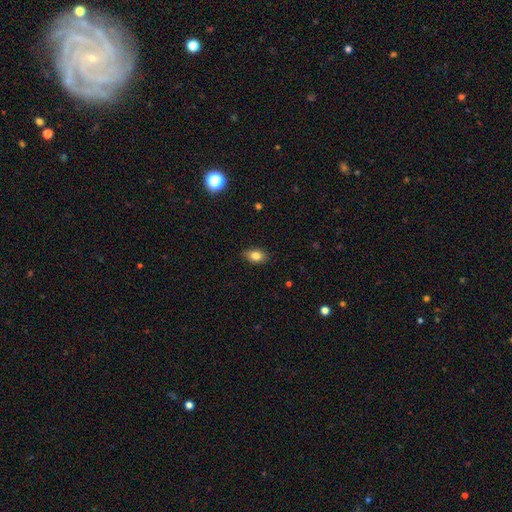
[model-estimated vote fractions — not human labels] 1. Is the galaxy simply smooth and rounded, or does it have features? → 82% smooth, 9% star or artifact, 9% featured or disk.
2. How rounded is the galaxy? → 84% in between, 14% round, 2% cigar-shaped.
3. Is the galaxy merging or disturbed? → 83% none, 14% minor disturbance, 2% major disturbance, 1% merger.